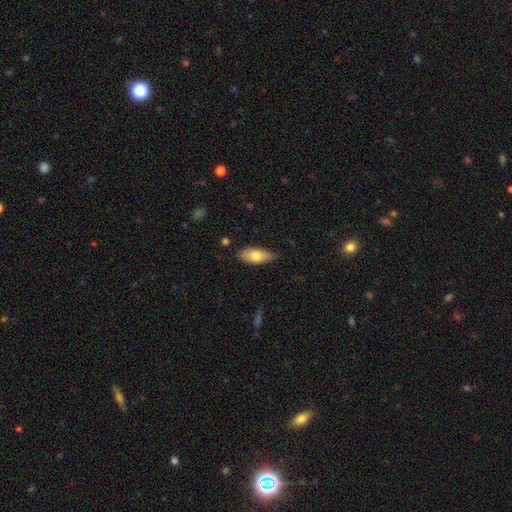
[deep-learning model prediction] smooth 74%, featured or disk 20%, star or artifact 6%. Down the decision tree: how rounded — in between (87%); merging — none (73%).